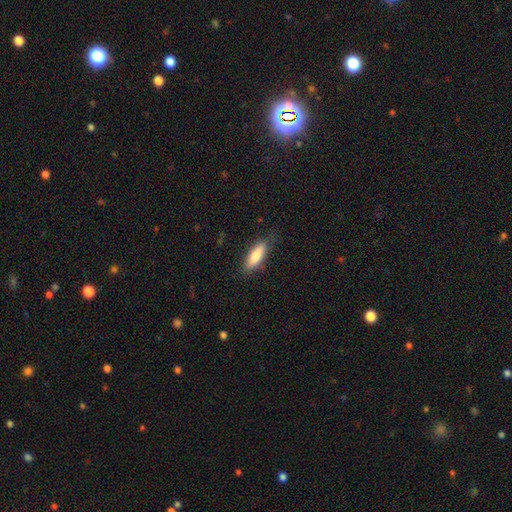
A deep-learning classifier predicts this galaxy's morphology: type=smooth (82%); roundness=in between (55%); merging=none (80%).